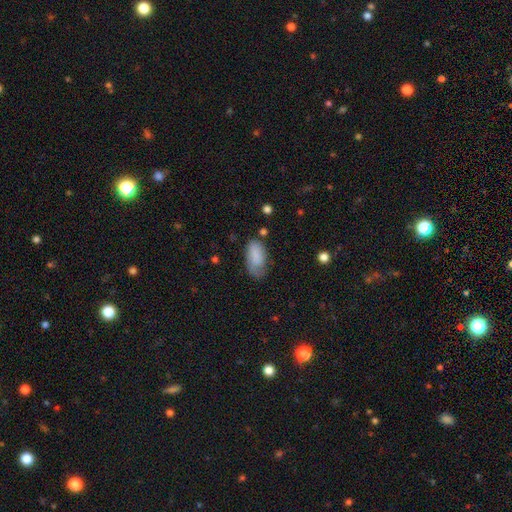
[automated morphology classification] smooth_or_featured: smooth (p=0.83) [alt: featured or disk p=0.10]
how_rounded: in between (p=0.92) [alt: cigar-shaped p=0.05]
merging: none (p=0.52) [alt: minor disturbance p=0.32]